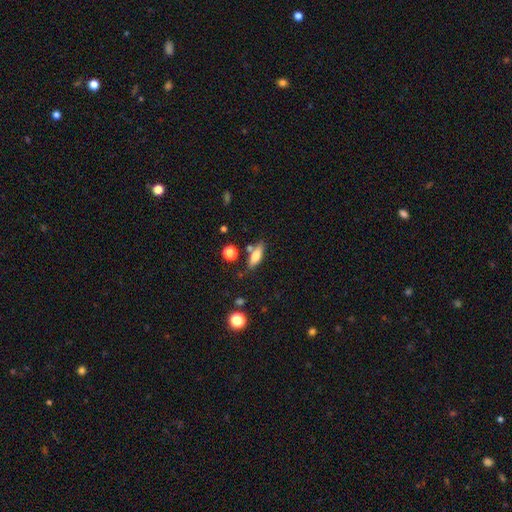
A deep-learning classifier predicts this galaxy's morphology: smooth-or-featured: smooth: 62% | featured or disk: 29% | star or artifact: 9%
  how-rounded: in between: 55% | cigar-shaped: 41% | round: 4%
  merging: none: 71% | minor disturbance: 15% | merger: 10% | major disturbance: 4%